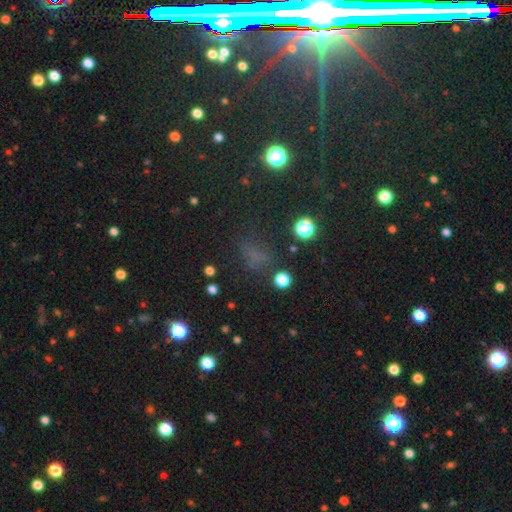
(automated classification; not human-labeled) smooth 48%, star or artifact 41%, featured or disk 12%. Down the decision tree: merging — none (62%).